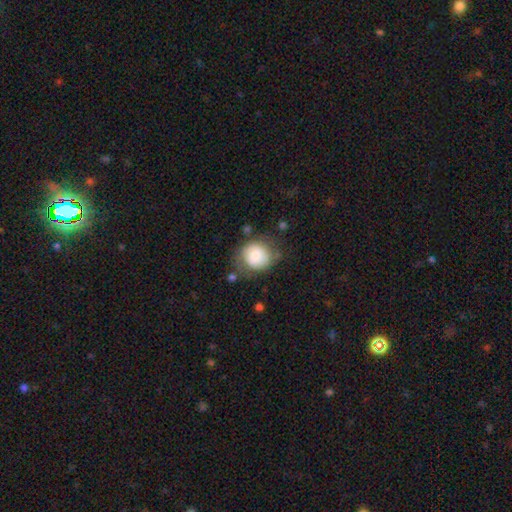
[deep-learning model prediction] smooth_or_featured: smooth (p=0.69) [alt: featured or disk p=0.24]
how_rounded: round (p=0.75) [alt: in between p=0.24]
merging: none (p=0.60) [alt: minor disturbance p=0.25]